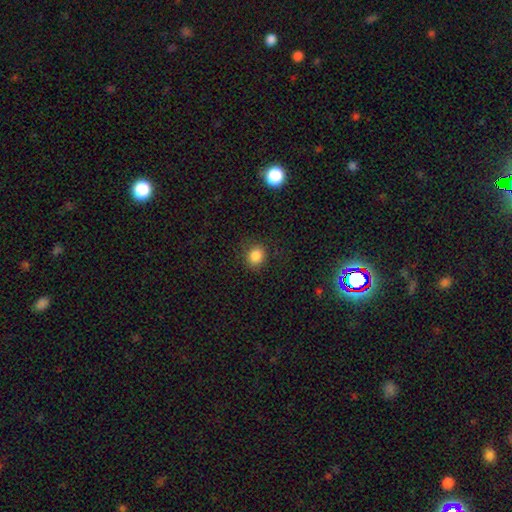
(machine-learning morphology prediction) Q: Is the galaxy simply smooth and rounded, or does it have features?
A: smooth — 85%.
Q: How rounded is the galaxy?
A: round — 72%.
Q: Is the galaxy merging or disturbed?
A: none — 85%.